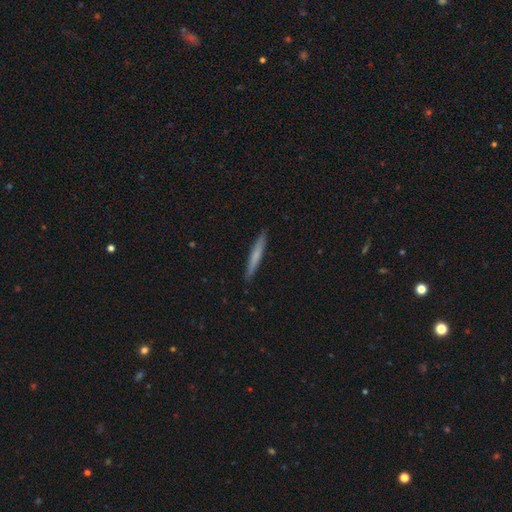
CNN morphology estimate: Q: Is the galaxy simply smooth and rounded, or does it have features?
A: smooth — 64%.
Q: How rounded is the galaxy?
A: cigar-shaped — 96%.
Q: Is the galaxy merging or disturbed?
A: none — 91%.